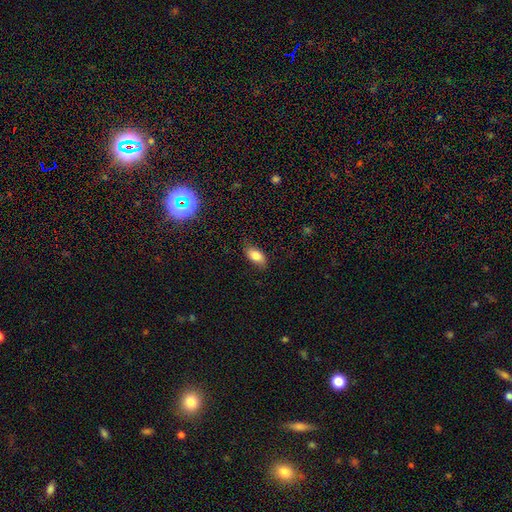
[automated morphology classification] Smooth or featured: smooth — 80% (featured or disk — 11%)
How rounded: in between — 91% (round — 5%)
Merging: none — 77% (minor disturbance — 18%)